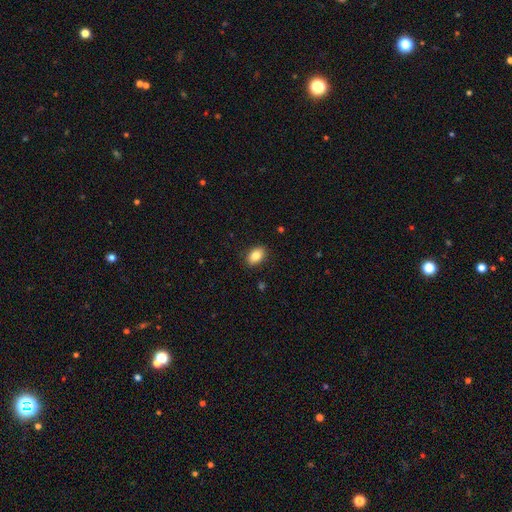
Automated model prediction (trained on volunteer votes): Smooth or featured? Predicted: smooth (p=0.85). How rounded? Predicted: in between (p=0.85). Merging? Predicted: none (p=0.88).